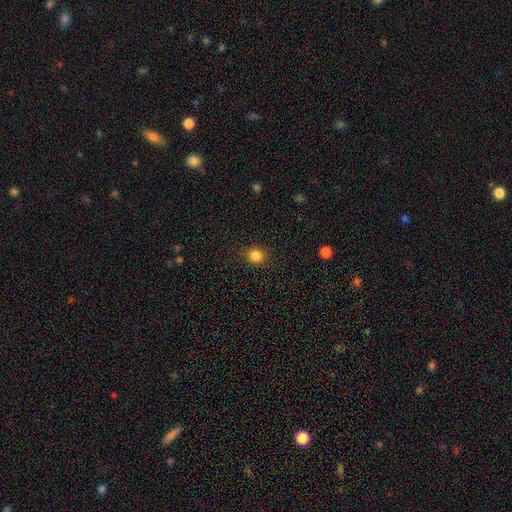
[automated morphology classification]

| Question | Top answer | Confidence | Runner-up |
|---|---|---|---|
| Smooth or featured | smooth | 85% | star or artifact (12%) |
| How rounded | round | 86% | in between (13%) |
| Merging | none | 88% | minor disturbance (8%) |